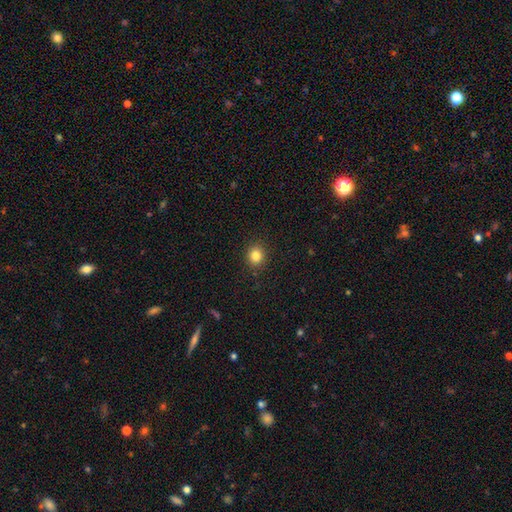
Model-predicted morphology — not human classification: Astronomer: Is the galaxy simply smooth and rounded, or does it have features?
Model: smooth — 84%.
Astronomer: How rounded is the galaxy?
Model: round — 79%.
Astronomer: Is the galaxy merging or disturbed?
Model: none — 89%.